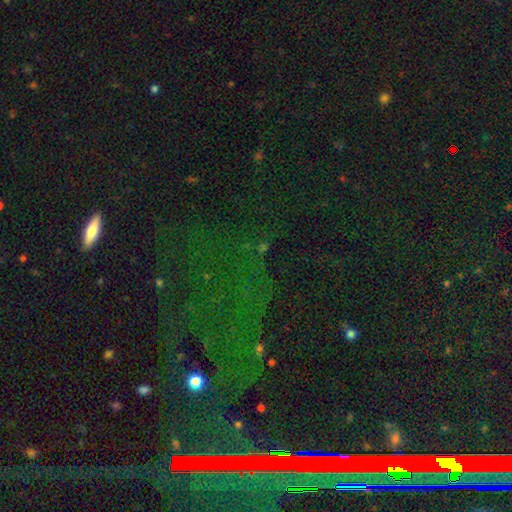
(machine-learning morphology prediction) The model was most divided on "smooth or featured": star or artifact: 75%, smooth: 14%, featured or disk: 11%.